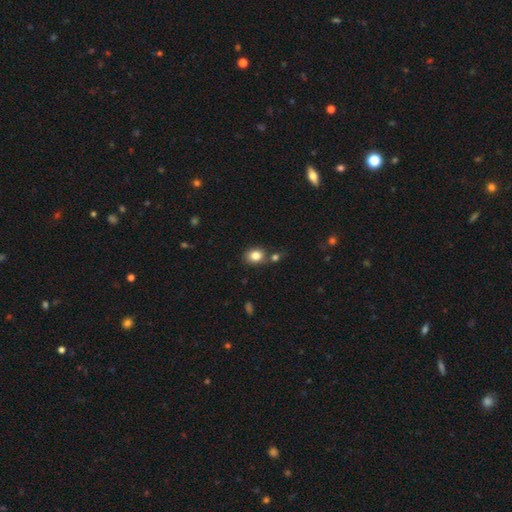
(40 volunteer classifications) Smooth or featured: smooth — 75% (featured or disk — 18%)
How rounded: round — 70% (in between — 30%)
Merging: none — 62% (merger — 16%)